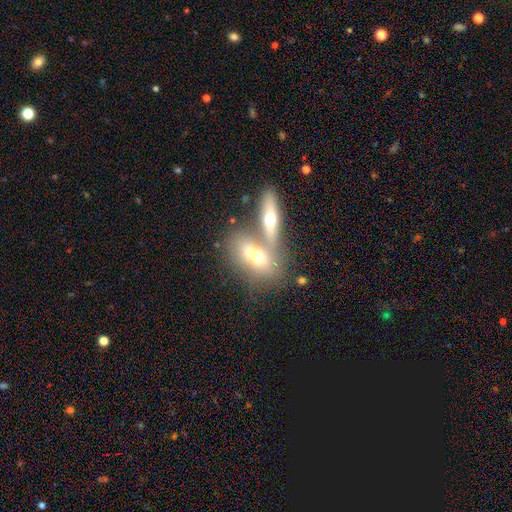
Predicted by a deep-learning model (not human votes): Smooth or featured: smooth — 60% (featured or disk — 32%)
How rounded: in between — 78% (cigar-shaped — 14%)
Merging: merger — 52% (none — 35%)